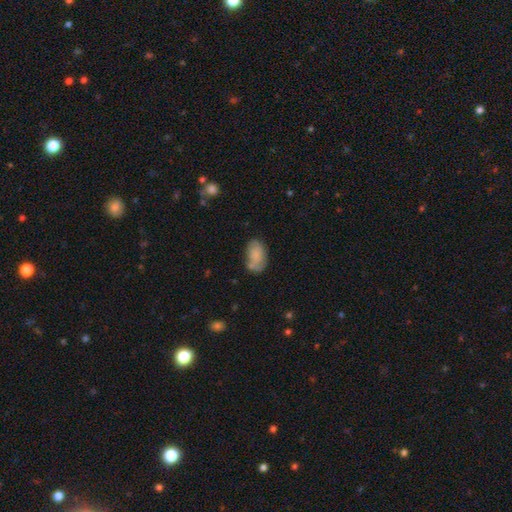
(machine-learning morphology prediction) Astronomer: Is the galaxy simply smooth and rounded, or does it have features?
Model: smooth — 74%.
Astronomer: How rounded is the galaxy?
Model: in between — 92%.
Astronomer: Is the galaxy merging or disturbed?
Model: none — 55%.